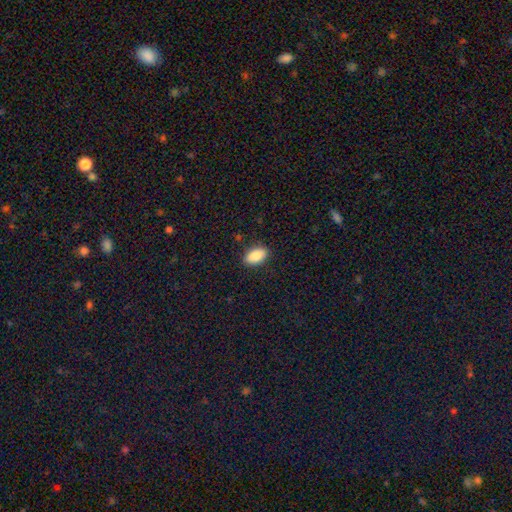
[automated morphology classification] smooth-or-featured: smooth: 89% | star or artifact: 7% | featured or disk: 4%
  how-rounded: in between: 93% | round: 4% | cigar-shaped: 3%
  merging: none: 89% | minor disturbance: 8% | major disturbance: 2% | merger: 1%